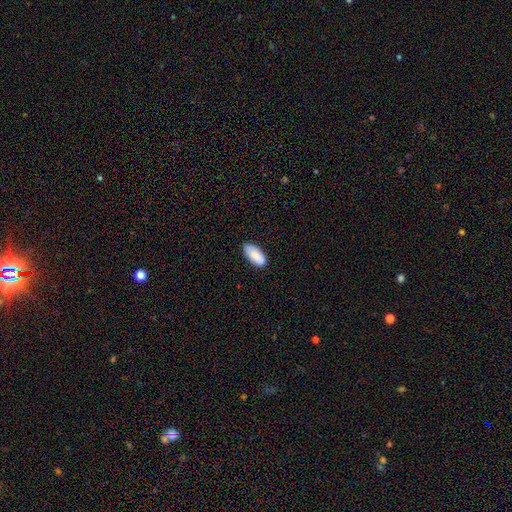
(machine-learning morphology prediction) smooth 88%, featured or disk 6%, star or artifact 6%. Down the decision tree: how rounded — in between (90%); merging — none (83%).